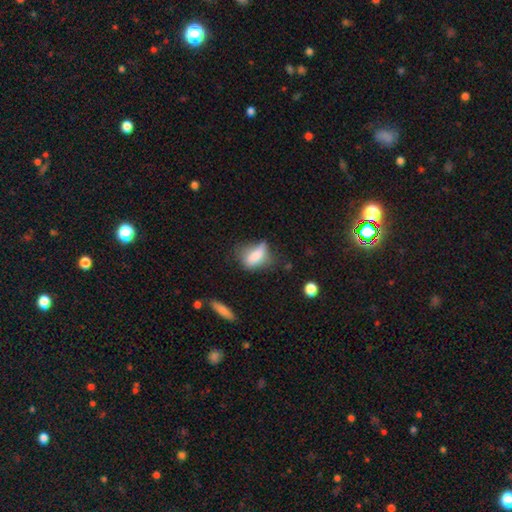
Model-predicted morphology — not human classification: Smooth or featured? Predicted: smooth (p=0.70). How rounded? Predicted: in between (p=0.76). Merging? Predicted: none (p=0.36).